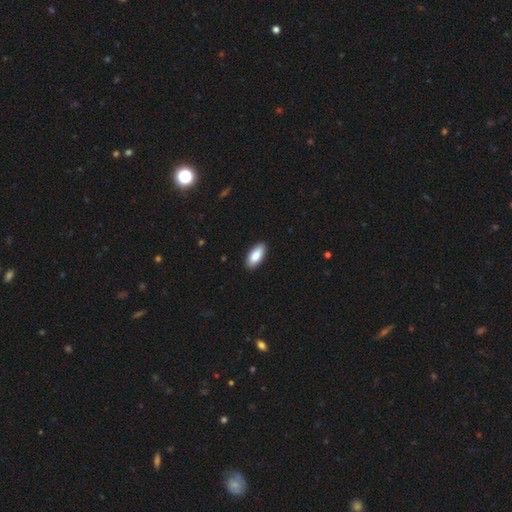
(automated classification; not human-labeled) smooth_or_featured: smooth (p=0.88) [alt: featured or disk p=0.07]
how_rounded: in between (p=0.88) [alt: cigar-shaped p=0.10]
merging: none (p=0.89) [alt: minor disturbance p=0.09]